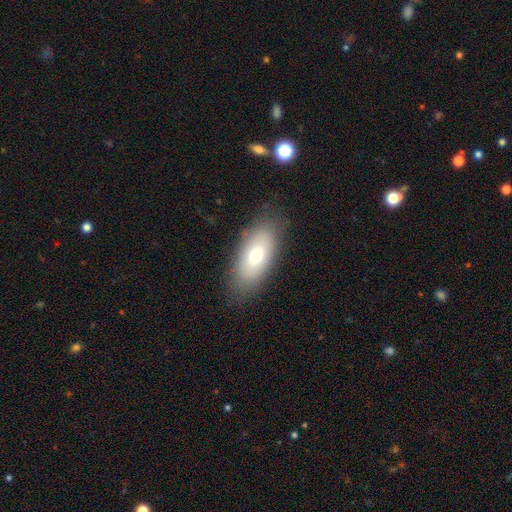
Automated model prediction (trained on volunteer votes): smooth 71%, featured or disk 21%, star or artifact 8%. Down the decision tree: how rounded — in between (88%); merging — none (82%).